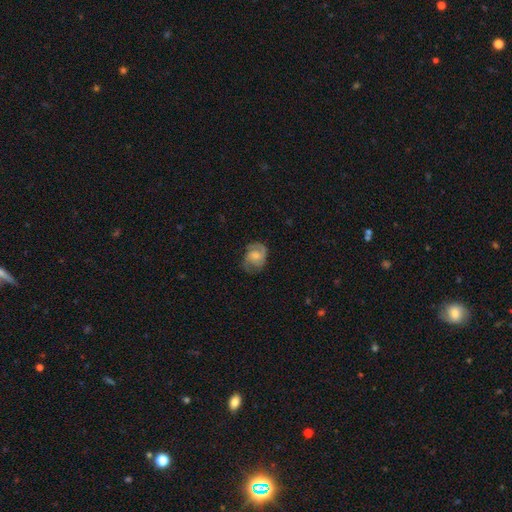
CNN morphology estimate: This is likely a featured or disk galaxy (68%). It is clearly not viewed edge-on (98%). Bar: possibly no (55%). Spiral arm pattern: clearly yes (93%). Spiral arm count: likely 2 (68%). Spiral winding: possibly medium (47%). Central bulge: marginally small (42%). Merging: likely none (66%).